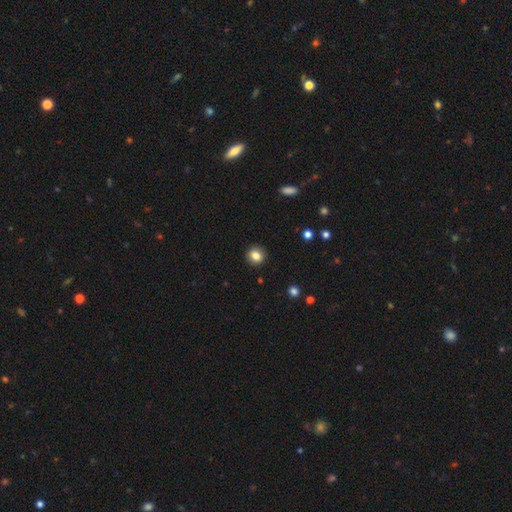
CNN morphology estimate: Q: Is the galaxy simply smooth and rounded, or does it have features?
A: smooth — 83%.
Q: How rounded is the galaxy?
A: round — 89%.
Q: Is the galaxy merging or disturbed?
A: none — 92%.